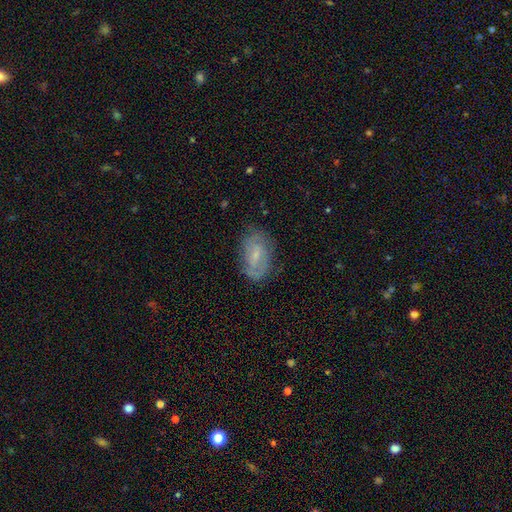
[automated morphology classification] Smooth or featured? featured or disk (56%)
Edge-on disk? no (95%)
Bar? weak (49%)
Spiral arms? yes (74%)
Bulge size? small (63%)
Merging? none (70%)